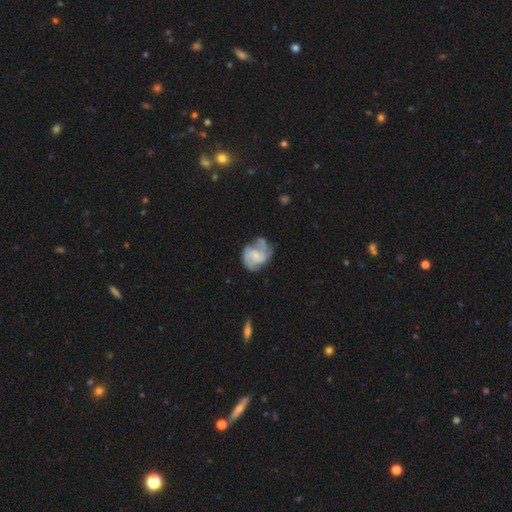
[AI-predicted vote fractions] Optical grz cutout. It shows a featured or disk galaxy (71%) with no bar (51%), 2 (57%) medium (48%) spiral arms (86%) and a small central bulge (44%). Merging: none (48%).